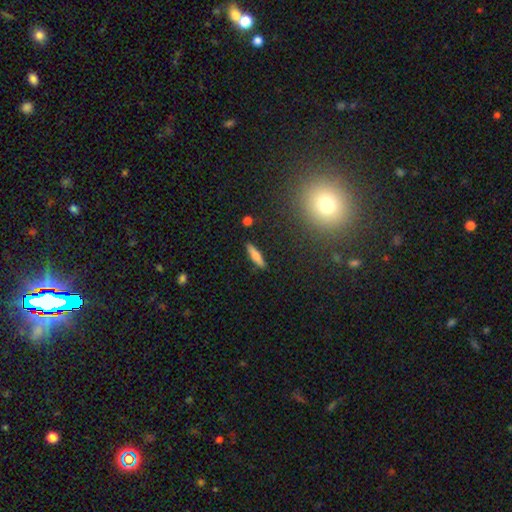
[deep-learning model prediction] A smooth galaxy with no disk features (69%) that is cigar-shaped (75%). Merging: none (89%).